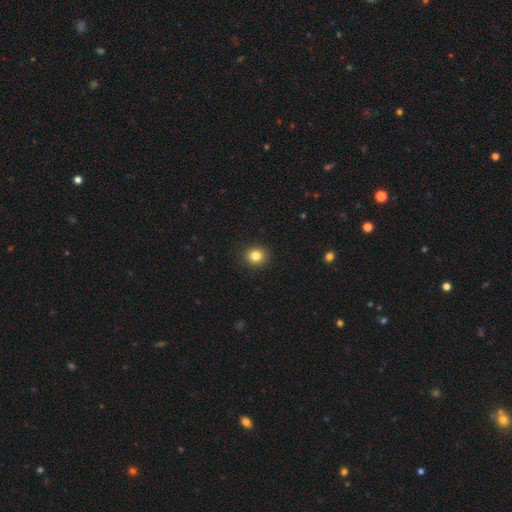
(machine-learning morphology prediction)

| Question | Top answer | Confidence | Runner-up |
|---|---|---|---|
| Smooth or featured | smooth | 83% | star or artifact (11%) |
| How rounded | round | 86% | in between (13%) |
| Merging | none | 92% | minor disturbance (5%) |